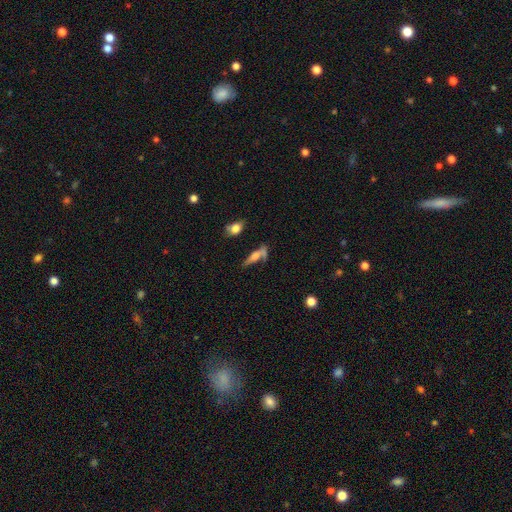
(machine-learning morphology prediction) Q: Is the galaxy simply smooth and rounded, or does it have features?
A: smooth — 45%.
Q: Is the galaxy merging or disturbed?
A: none — 42%.